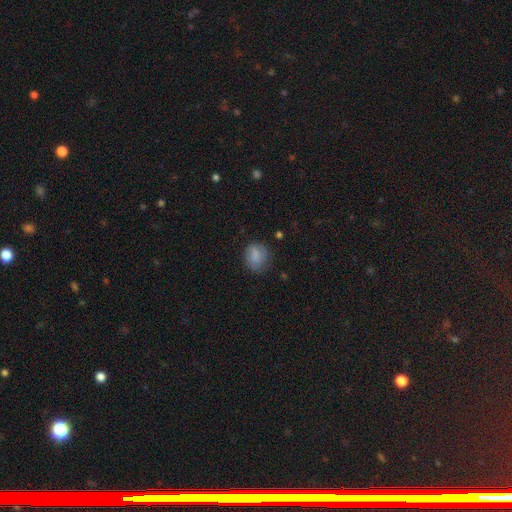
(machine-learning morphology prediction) A smooth galaxy with no disk features (78%) that is round (57%). Merging: none (67%).